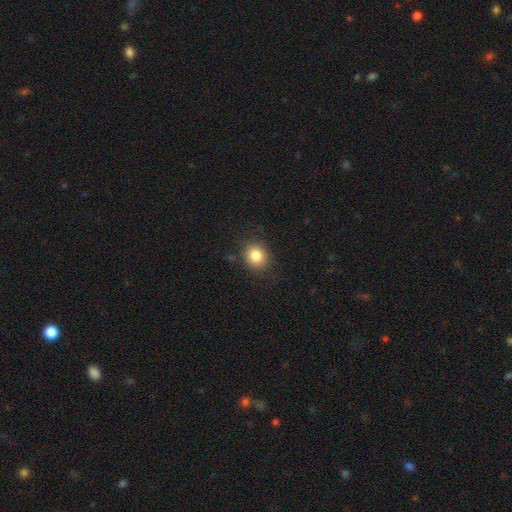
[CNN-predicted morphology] Overall: smooth (82%). How rounded: round (78%). Merging: none (86%).